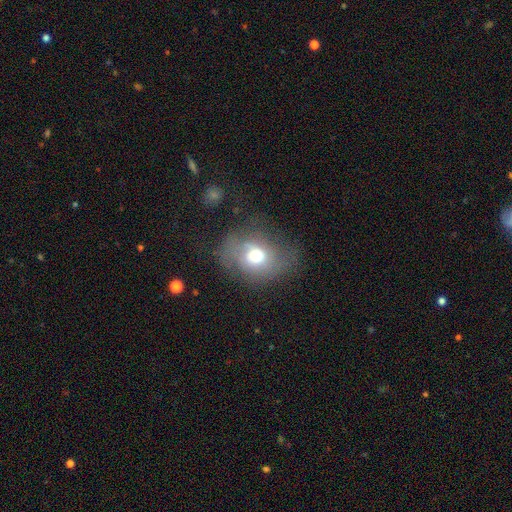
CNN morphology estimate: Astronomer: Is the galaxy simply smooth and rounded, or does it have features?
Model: smooth — 54% (runner-up: featured or disk, 35%).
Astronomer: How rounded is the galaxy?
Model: in between — 50% (runner-up: round, 49%).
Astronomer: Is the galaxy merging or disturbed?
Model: none — 51%.